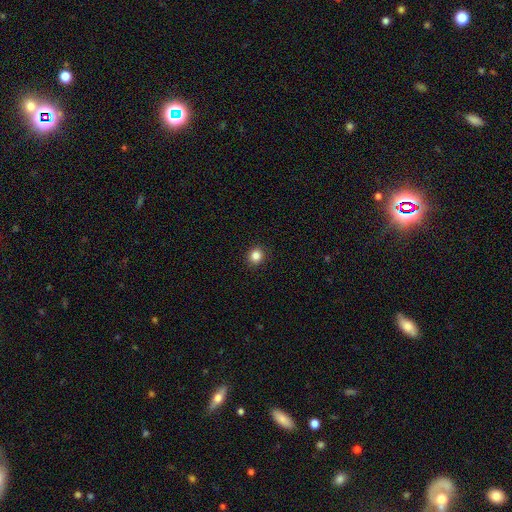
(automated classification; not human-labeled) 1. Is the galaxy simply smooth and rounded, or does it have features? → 85% smooth, 11% star or artifact, 4% featured or disk.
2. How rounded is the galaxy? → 85% round, 14% in between, 1% cigar-shaped.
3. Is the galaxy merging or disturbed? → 91% none, 6% minor disturbance, 2% major disturbance, 1% merger.